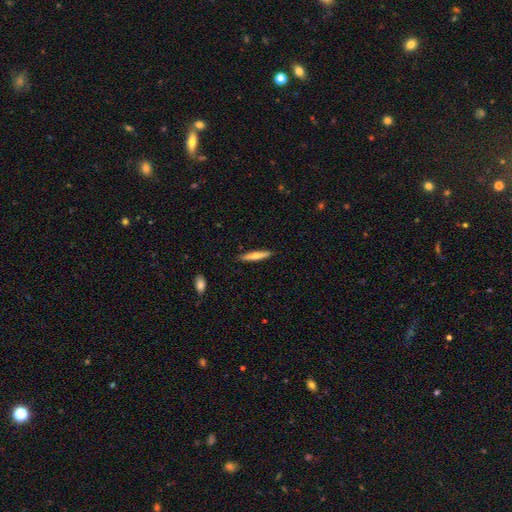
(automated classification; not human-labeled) This appears to be a smooth galaxy with no disk features (64%) that is cigar-shaped (91%). Merging: none (89%).